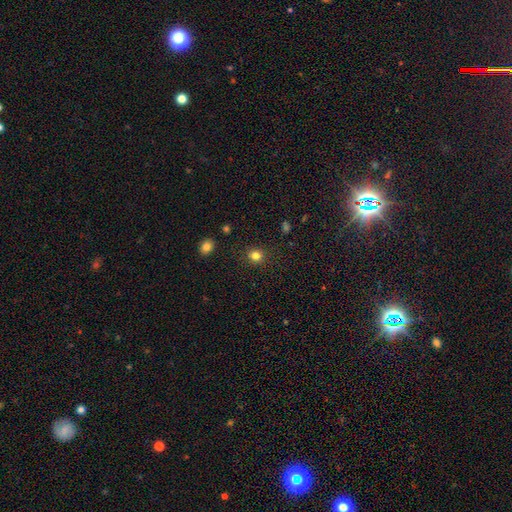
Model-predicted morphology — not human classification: Smooth or featured? Predicted: smooth (p=0.81). How rounded? Predicted: round (p=0.83). Merging? Predicted: none (p=0.88).